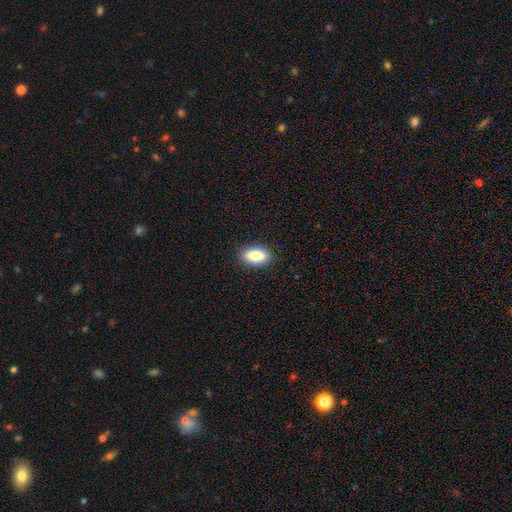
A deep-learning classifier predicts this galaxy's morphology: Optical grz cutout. It shows a smooth galaxy with no disk features (81%) that is in between round and cigar-shaped (87%). Merging: none (89%).